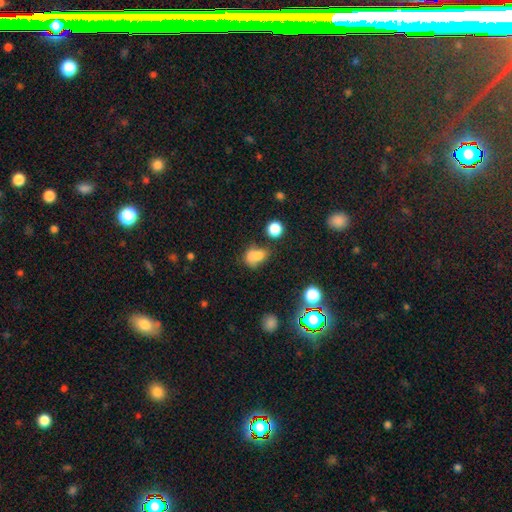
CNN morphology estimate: This appears to be a smooth galaxy with no disk features (75%) that is in between round and cigar-shaped (70%). Merging: none (39%).